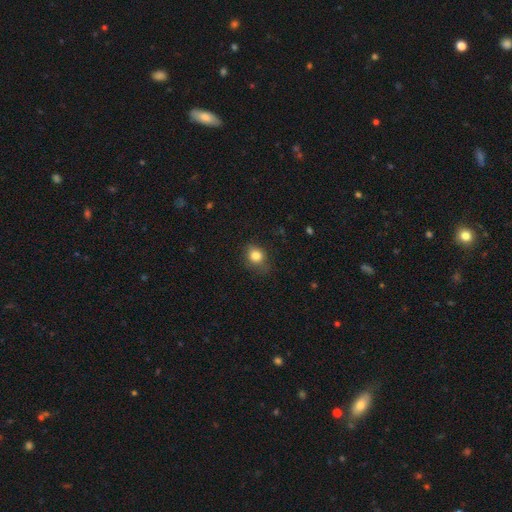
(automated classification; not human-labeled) Q: Smooth or featured?
A: smooth (82%); runner-up: star or artifact (11%)
Q: How rounded?
A: round (62%); runner-up: in between (37%)
Q: Merging?
A: none (72%); runner-up: minor disturbance (21%)